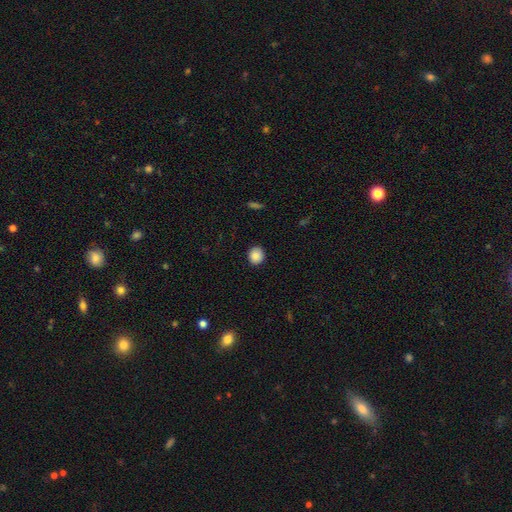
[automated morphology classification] smooth-or-featured: smooth: 88% | star or artifact: 9% | featured or disk: 4%
  how-rounded: round: 79% | in between: 20% | cigar-shaped: 1%
  merging: none: 91% | minor disturbance: 7% | major disturbance: 2% | merger: 1%